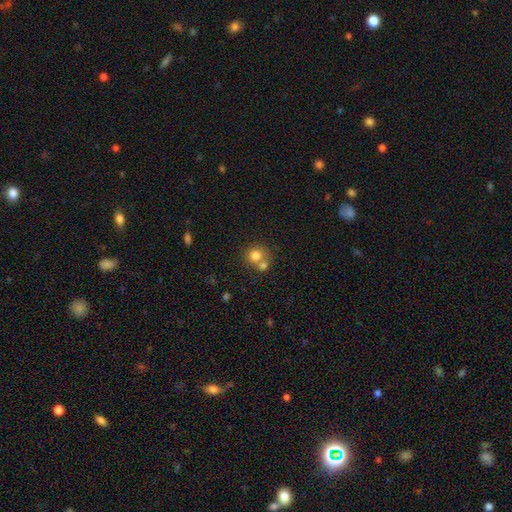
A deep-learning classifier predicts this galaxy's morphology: Smooth or featured? Predicted: smooth (p=0.78). How rounded? Predicted: round (p=0.84). Merging? Predicted: none (p=0.47).